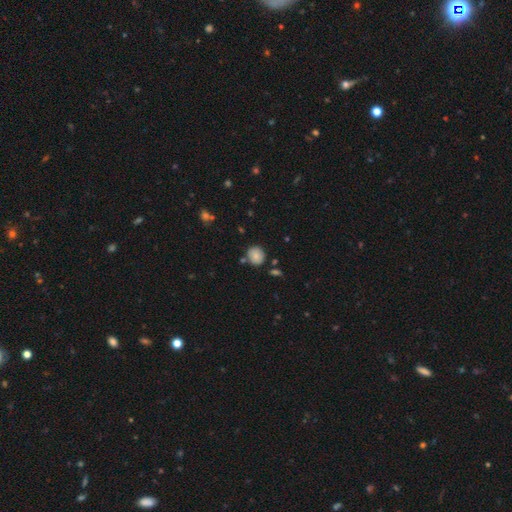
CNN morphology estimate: This is clearly a smooth galaxy (80%). How rounded: likely round (76%). Merging: likely none (78%).